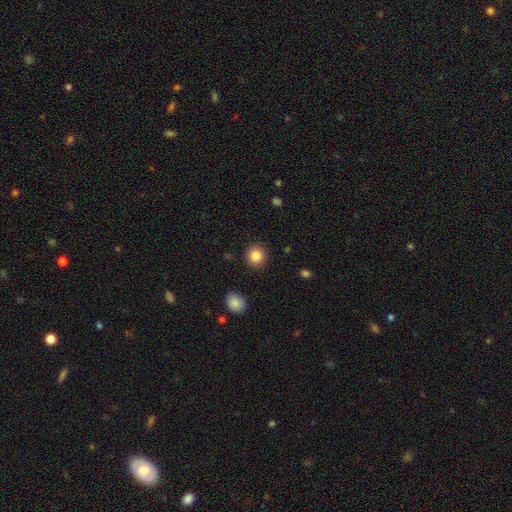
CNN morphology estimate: Smooth or featured? Predicted: smooth (p=0.85). How rounded? Predicted: round (p=0.90). Merging? Predicted: none (p=0.91).